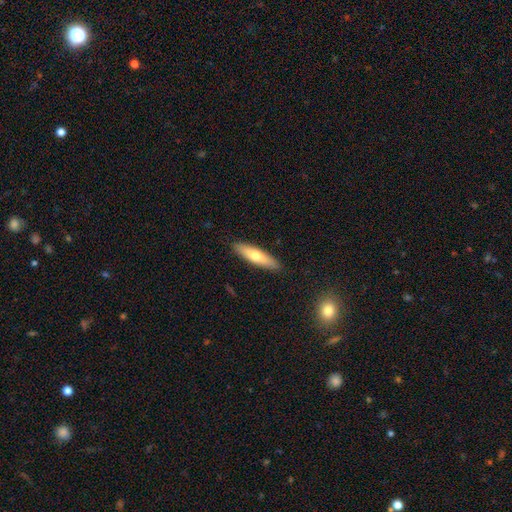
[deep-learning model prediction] Smooth or featured: smooth — 62% (featured or disk — 32%)
How rounded: cigar-shaped — 67% (in between — 31%)
Merging: none — 90% (minor disturbance — 8%)